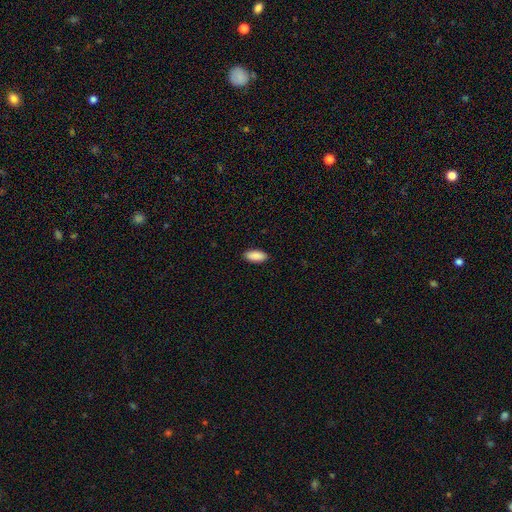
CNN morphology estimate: smooth 91%, star or artifact 6%, featured or disk 3%. Down the decision tree: how rounded — in between (87%); merging — none (91%).